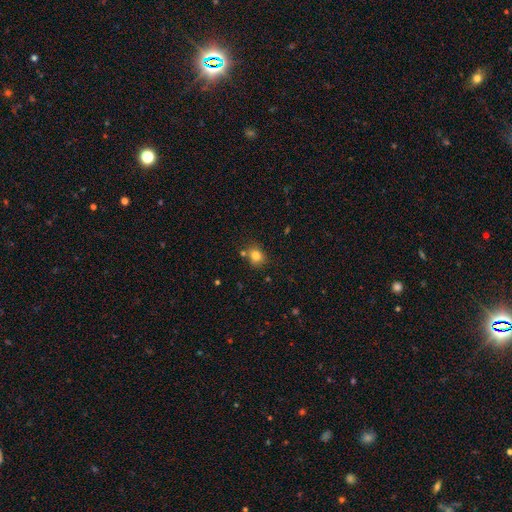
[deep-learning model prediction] Morphology: type=smooth (81%); roundness=round (68%); merging=none (73%).